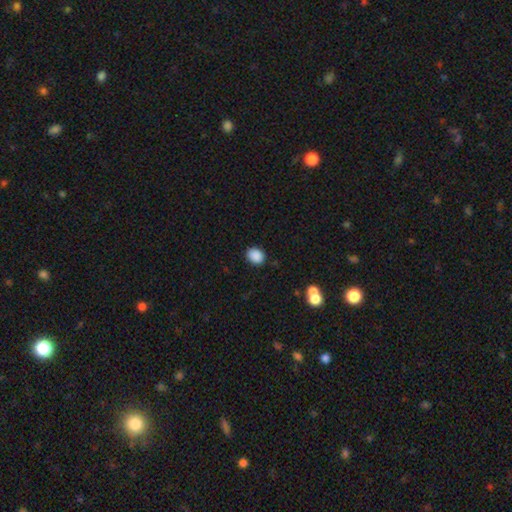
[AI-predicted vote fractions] The model was most divided on "how rounded": in between: 52%, round: 47%, cigar-shaped: 1%. More confident: smooth or featured — smooth (88%); merging — none (86%).